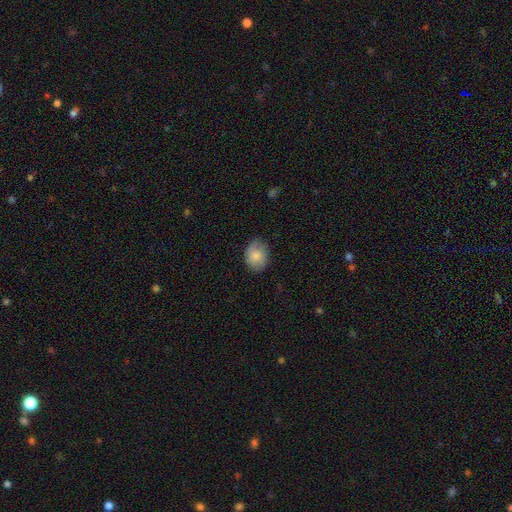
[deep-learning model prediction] Smooth or featured? Predicted: smooth (p=0.83). How rounded? Predicted: in between (p=0.61). Merging? Predicted: none (p=0.76).